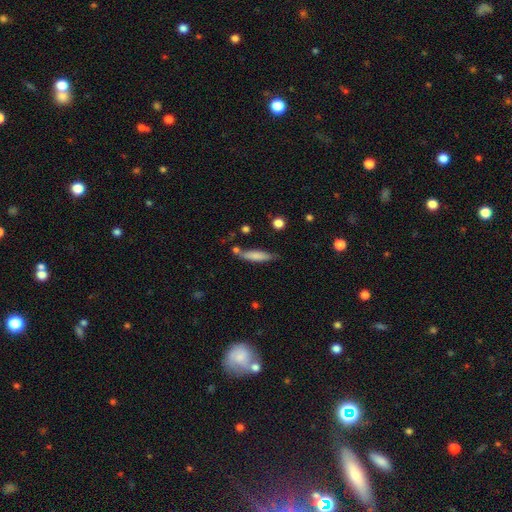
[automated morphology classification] Smooth or featured?
  - smooth: 72% *
  - featured or disk: 21%
  - star or artifact: 7%
How rounded?
  - cigar-shaped: 75% *
  - in between: 23%
  - round: 2%
Merging?
  - none: 65% *
  - minor disturbance: 21%
  - merger: 9%
  - major disturbance: 5%